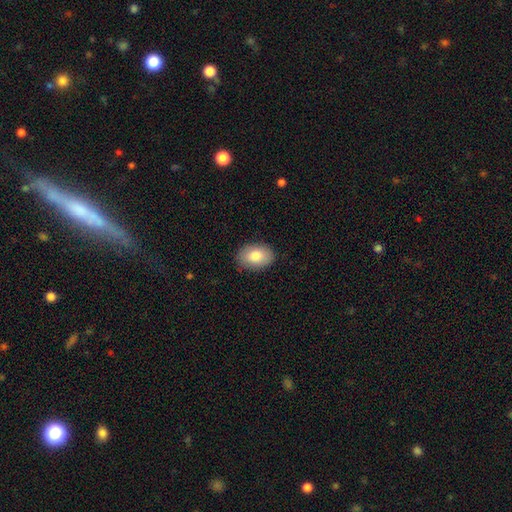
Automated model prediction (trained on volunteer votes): Smooth or featured?
  - smooth: 82% *
  - featured or disk: 11%
  - star or artifact: 7%
How rounded?
  - in between: 85% *
  - round: 14%
  - cigar-shaped: 1%
Merging?
  - none: 87% *
  - minor disturbance: 10%
  - major disturbance: 2%
  - merger: 1%